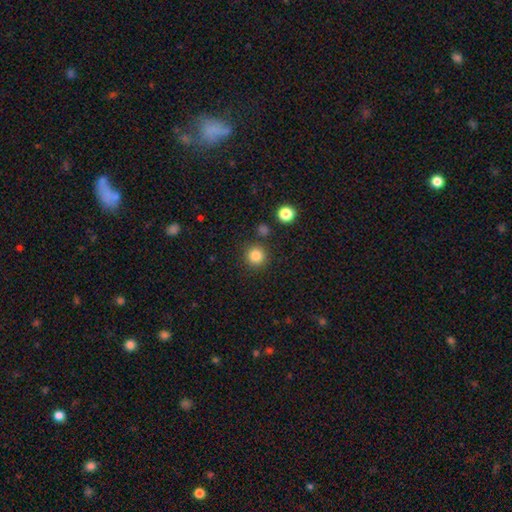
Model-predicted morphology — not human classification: Q: Smooth or featured?
A: smooth (84%); runner-up: star or artifact (12%)
Q: How rounded?
A: round (94%); runner-up: in between (5%)
Q: Merging?
A: none (87%); runner-up: minor disturbance (6%)